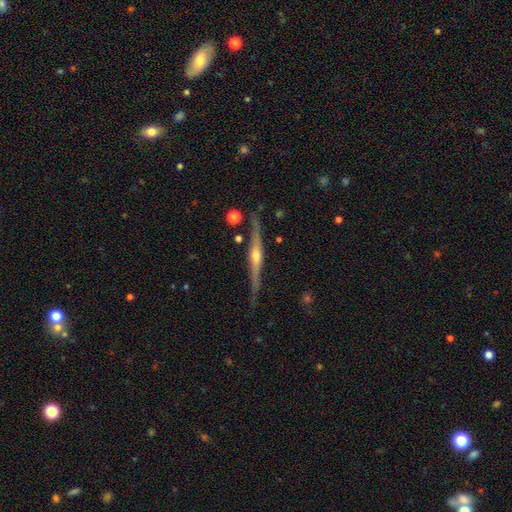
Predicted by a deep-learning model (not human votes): The model was most divided on "smooth or featured": featured or disk: 83%, smooth: 11%, star or artifact: 6%. More confident: edge-on disk — yes (98%); edge-on bulge — rounded (89%); merging — none (85%).